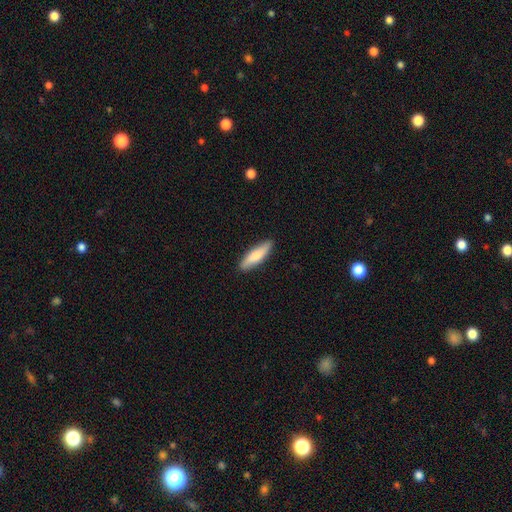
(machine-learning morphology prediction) The model was most divided on "how rounded": cigar-shaped: 68%, in between: 31%, round: 2%. More confident: merging — none (89%); smooth or featured — smooth (76%).